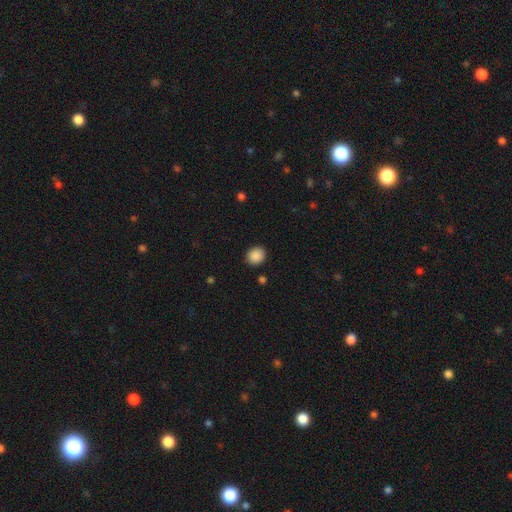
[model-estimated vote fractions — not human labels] Smooth or featured: smooth — 89% (star or artifact — 9%)
How rounded: round — 74% (in between — 26%)
Merging: none — 90% (minor disturbance — 7%)